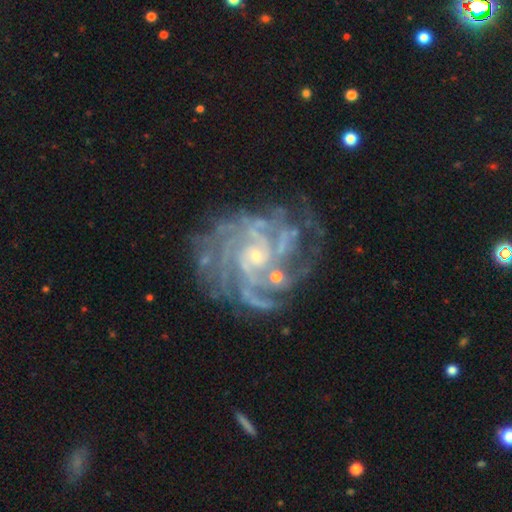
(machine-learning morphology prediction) Smooth or featured?
  - featured or disk: 90% *
  - star or artifact: 6%
  - smooth: 3%
Edge-on disk?
  - no: 98% *
  - yes: 2%
Bar?
  - no: 69% *
  - weak: 25%
  - strong: 7%
Spiral arms?
  - yes: 98% *
  - no: 2%
Spiral winding?
  - tight: 68% *
  - medium: 27%
  - loose: 5%
Spiral arm count?
  - 4: 27% *
  - more than 4: 21%
  - can't tell: 20%
  - 3: 15%
  - 2: 10%
  - 1: 7%
Bulge size?
  - small: 79% *
  - moderate: 15%
  - none: 4%
  - large: 1%
  - dominant: 1%
Merging?
  - none: 68% *
  - minor disturbance: 18%
  - major disturbance: 11%
  - merger: 4%